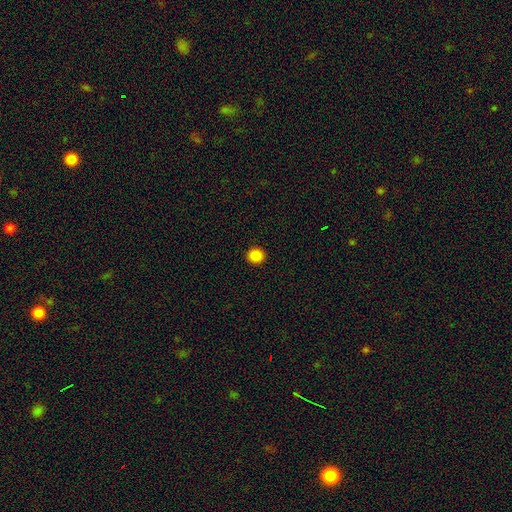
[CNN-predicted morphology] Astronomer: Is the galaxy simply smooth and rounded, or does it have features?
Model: smooth — 86%.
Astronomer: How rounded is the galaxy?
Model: round — 91%.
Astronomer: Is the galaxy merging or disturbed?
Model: none — 93%.